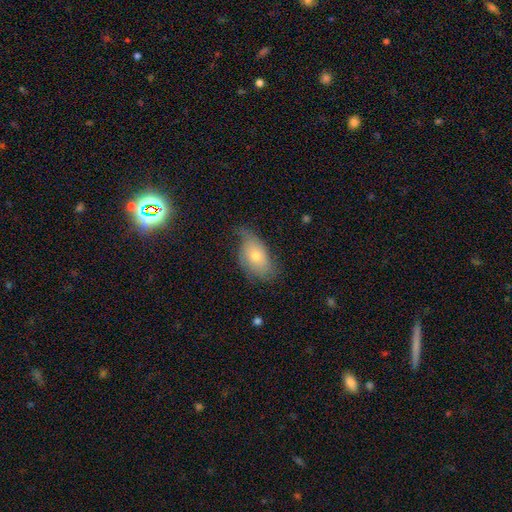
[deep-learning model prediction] This appears to be a smooth galaxy with no disk features (52%) that is in between round and cigar-shaped (88%). Merging: none (44%).